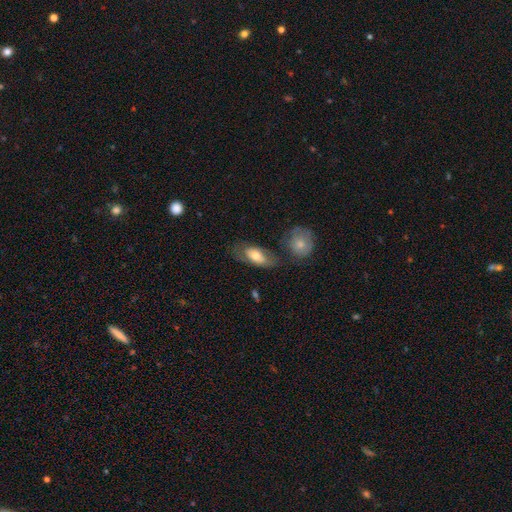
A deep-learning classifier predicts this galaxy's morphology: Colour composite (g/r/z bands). It shows a smooth galaxy with no disk features (63%) that is in between round and cigar-shaped (86%). Merging: none (56%).